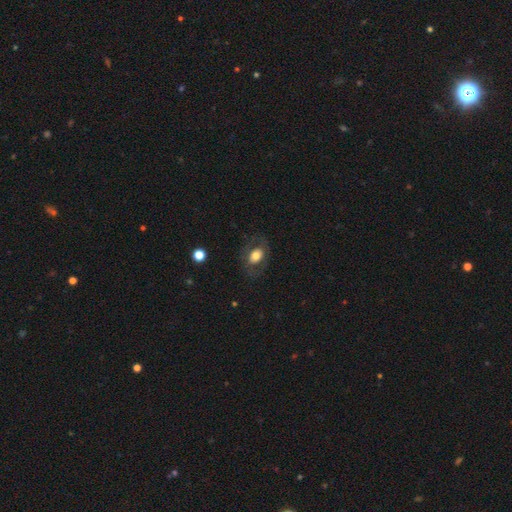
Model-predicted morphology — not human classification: A smooth galaxy with no disk features (62%) that is in between round and cigar-shaped (74%).

Vote fractions:
- Smooth or featured? smooth: 62% / featured or disk: 29% / star or artifact: 8%
- How rounded? in between: 74% / round: 25% / cigar-shaped: 1%
- Merging? none: 76% / minor disturbance: 13% / major disturbance: 10% / merger: 1%